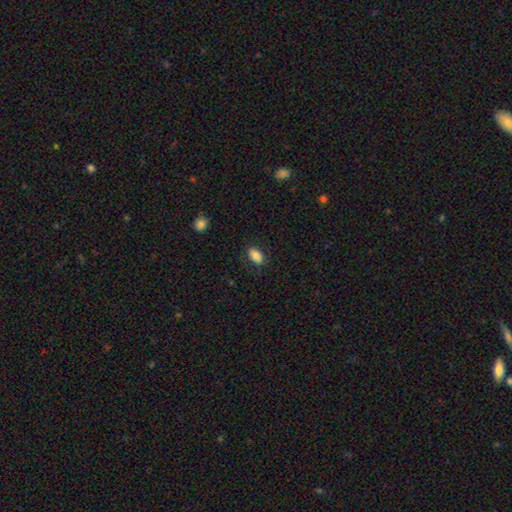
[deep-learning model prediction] Smooth or featured? smooth (81%)
How rounded? in between (89%)
Merging? none (81%)